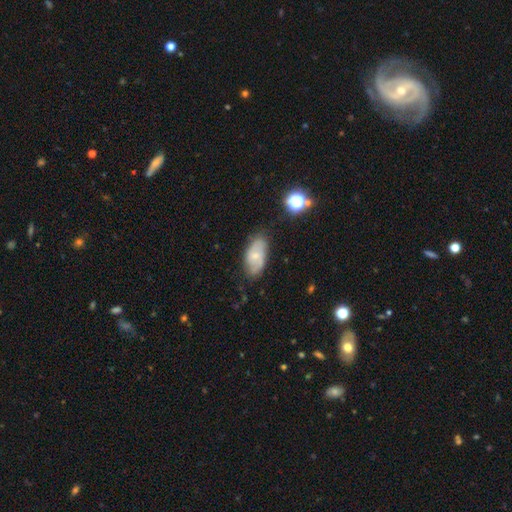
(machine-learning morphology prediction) This is possibly a smooth galaxy (46%). Merging: likely none (71%).